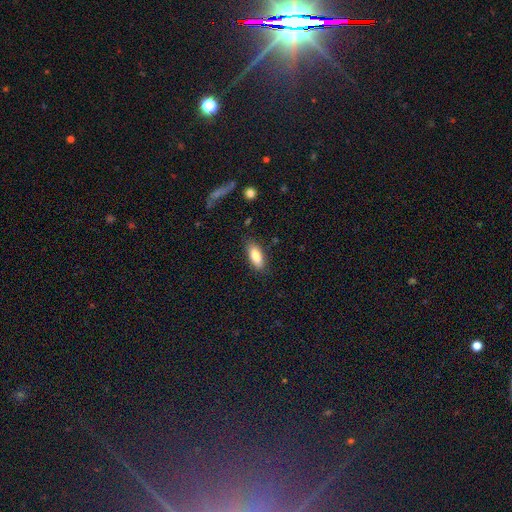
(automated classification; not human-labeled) Smooth or featured: smooth — 82% (featured or disk — 11%)
How rounded: in between — 79% (cigar-shaped — 19%)
Merging: none — 84% (minor disturbance — 12%)